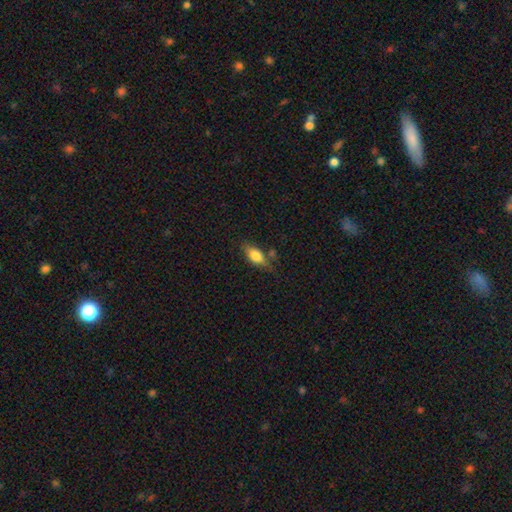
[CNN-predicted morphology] Q: Smooth or featured?
A: smooth (75%); runner-up: featured or disk (17%)
Q: How rounded?
A: in between (81%); runner-up: cigar-shaped (14%)
Q: Merging?
A: none (65%); runner-up: minor disturbance (22%)